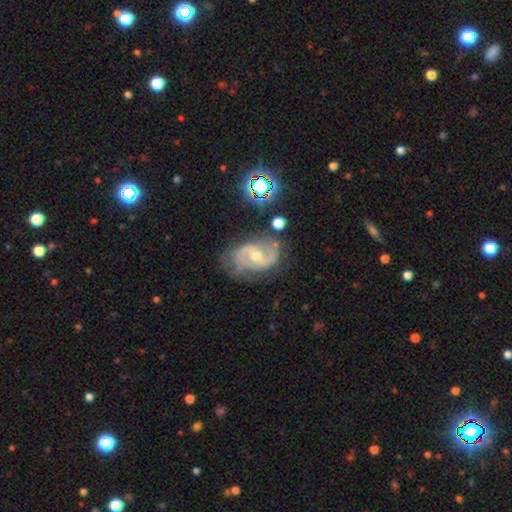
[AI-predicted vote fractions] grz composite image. It shows a featured or disk galaxy (85%) with a weak bar (43%), 2 (85%) medium (52%) spiral arms (95%) and a moderate central bulge (57%). Merging: none (67%).